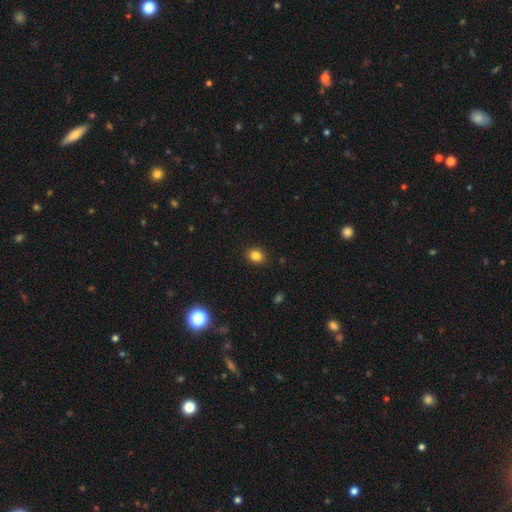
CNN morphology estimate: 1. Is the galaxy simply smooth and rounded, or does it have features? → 84% smooth, 11% star or artifact, 5% featured or disk.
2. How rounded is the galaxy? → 51% round, 48% in between, 1% cigar-shaped.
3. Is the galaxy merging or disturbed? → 89% none, 8% minor disturbance, 2% major disturbance, 1% merger.